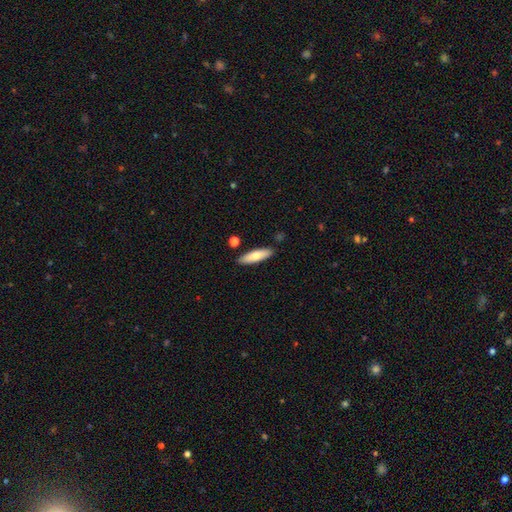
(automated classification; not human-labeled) A smooth galaxy with no disk features (72%) that is cigar-shaped (58%).

Vote fractions:
- Smooth or featured? smooth: 72% / featured or disk: 22% / star or artifact: 6%
- How rounded? cigar-shaped: 58% / in between: 40% / round: 2%
- Merging? none: 86% / minor disturbance: 9% / merger: 3% / major disturbance: 2%